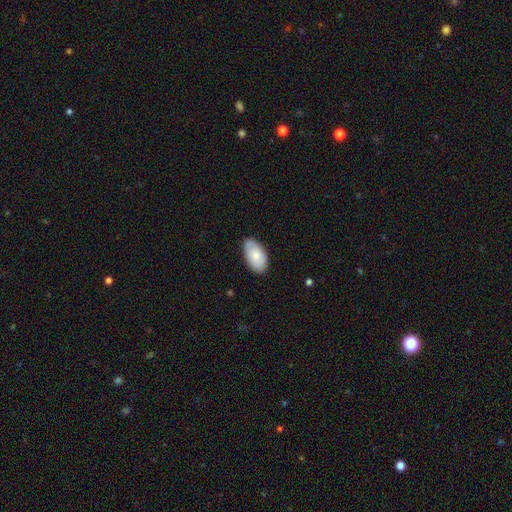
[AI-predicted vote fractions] Q: Smooth or featured?
A: smooth (80%); runner-up: featured or disk (15%)
Q: How rounded?
A: in between (96%); runner-up: round (3%)
Q: Merging?
A: none (79%); runner-up: minor disturbance (17%)